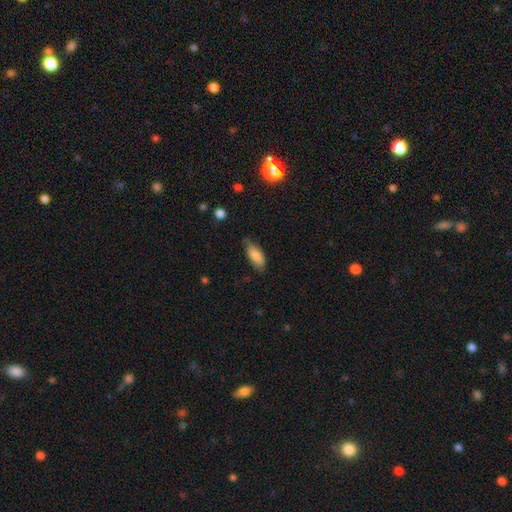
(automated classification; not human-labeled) Smooth or featured? smooth (83%)
How rounded? in between (81%)
Merging? none (68%)